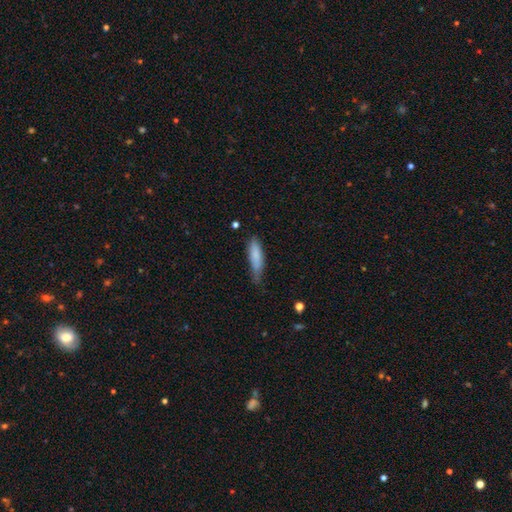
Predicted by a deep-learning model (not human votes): Smooth or featured? Predicted: smooth (p=0.81). How rounded? Predicted: cigar-shaped (p=0.64). Merging? Predicted: none (p=0.51).